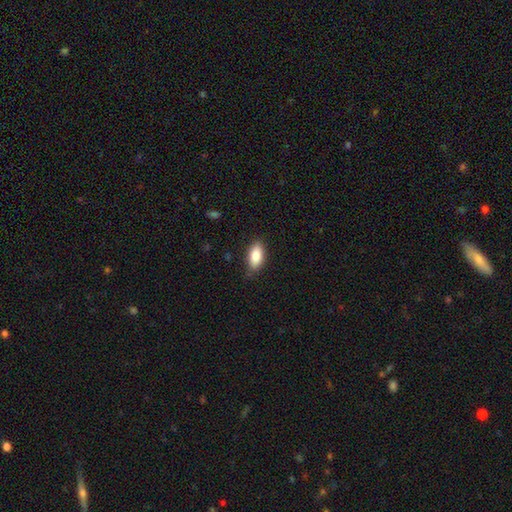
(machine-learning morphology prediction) smooth-or-featured: smooth: 84% | featured or disk: 9% | star or artifact: 7%
  how-rounded: in between: 89% | cigar-shaped: 8% | round: 3%
  merging: none: 84% | minor disturbance: 13% | major disturbance: 2% | merger: 1%